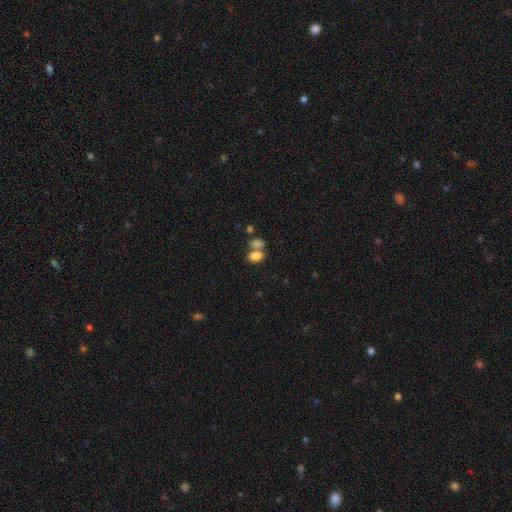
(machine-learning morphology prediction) smooth_or_featured: smooth (p=0.81) [alt: star or artifact p=0.10]
how_rounded: in between (p=0.81) [alt: round p=0.17]
merging: merger (p=0.51) [alt: none p=0.34]